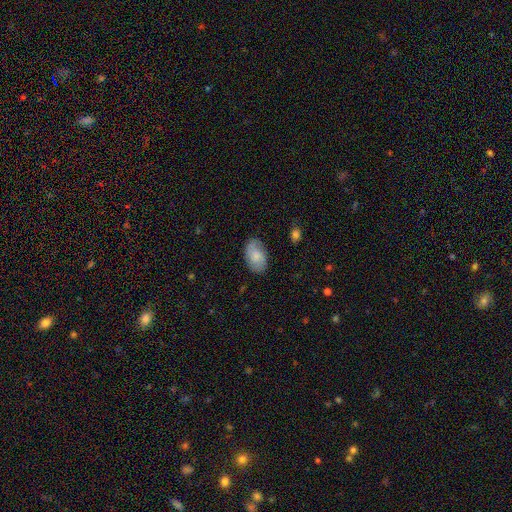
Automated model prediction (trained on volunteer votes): Morphology: type=smooth (67%); roundness=in between (92%); merging=none (78%).